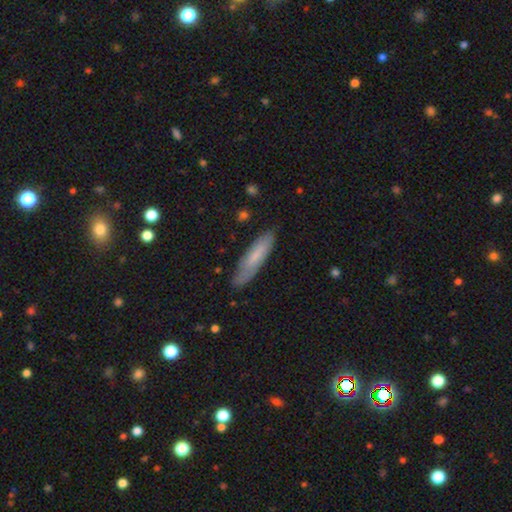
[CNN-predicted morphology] Smooth or featured? Predicted: smooth (p=0.66). How rounded? Predicted: cigar-shaped (p=0.77). Merging? Predicted: none (p=0.82).